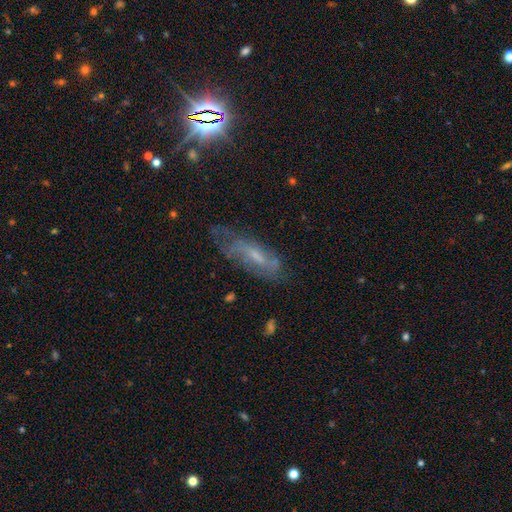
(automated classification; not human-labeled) A featured or disk galaxy (59%).

Vote fractions:
- Smooth or featured? featured or disk: 59% / smooth: 29% / star or artifact: 12%
- Edge-on disk? no: 74% / yes: 26%
- Merging? none: 59% / minor disturbance: 26% / major disturbance: 12% / merger: 3%